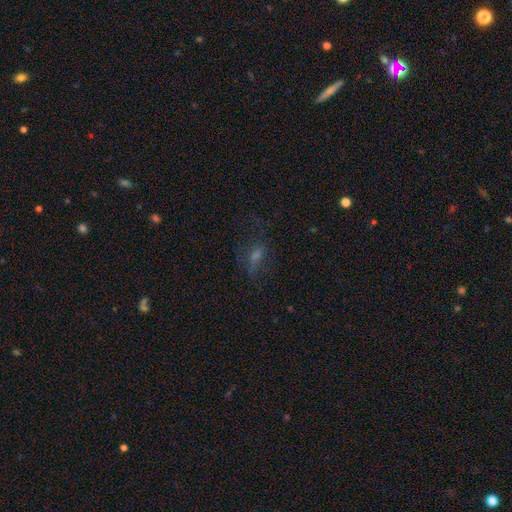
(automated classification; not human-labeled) Smooth or featured?
  - smooth: 41% *
  - featured or disk: 31%
  - star or artifact: 28%
Merging?
  - none: 57% *
  - major disturbance: 21%
  - minor disturbance: 20%
  - merger: 2%